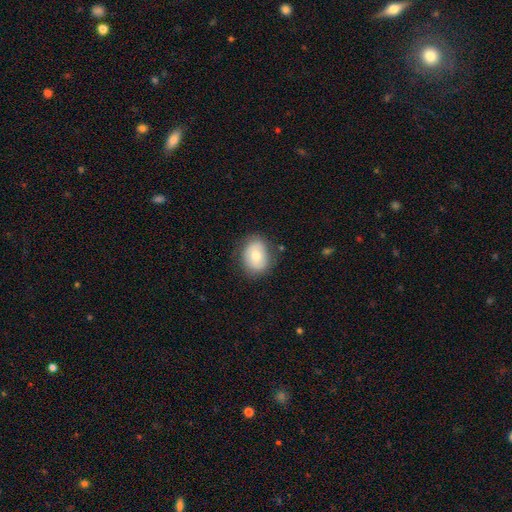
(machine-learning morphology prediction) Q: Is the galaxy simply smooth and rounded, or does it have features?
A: smooth — 68%.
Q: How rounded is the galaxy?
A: in between — 56%.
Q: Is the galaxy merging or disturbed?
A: none — 78%.